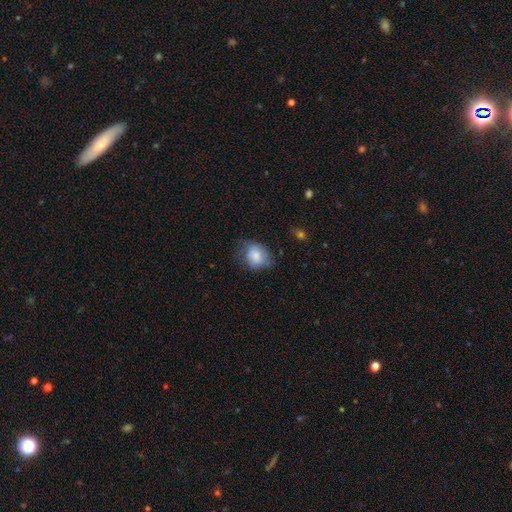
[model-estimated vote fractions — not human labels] A smooth galaxy with no disk features (79%) that is round (50%). Merging: none (58%).